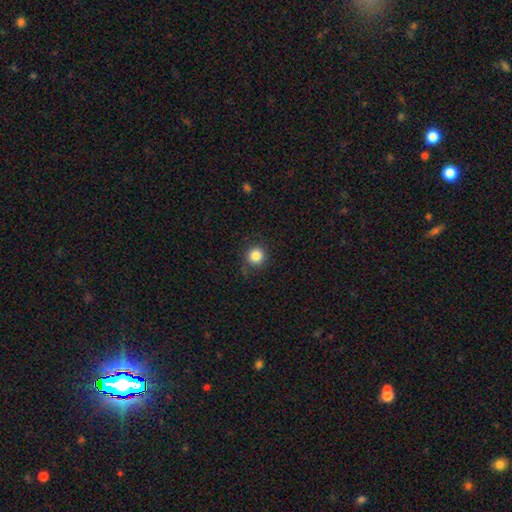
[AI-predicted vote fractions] Smooth or featured?
  - smooth: 84% *
  - star or artifact: 11%
  - featured or disk: 5%
How rounded?
  - round: 93% *
  - in between: 6%
  - cigar-shaped: 1%
Merging?
  - none: 84% *
  - minor disturbance: 11%
  - major disturbance: 3%
  - merger: 2%